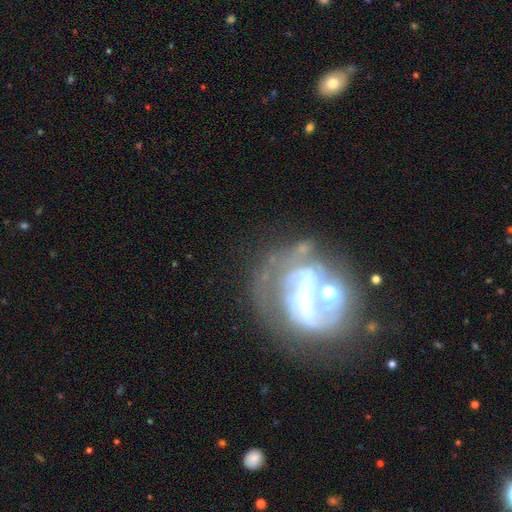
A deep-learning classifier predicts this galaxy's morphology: Smooth or featured: featured or disk — 75% (star or artifact — 13%)
Edge-on disk: no — 93% (yes — 7%)
Bar: strong — 61% (weak — 23%)
Spiral arms: yes — 60% (no — 40%)
Bulge size: small — 38% (moderate — 28%)
Merging: none — 43% (major disturbance — 23%)